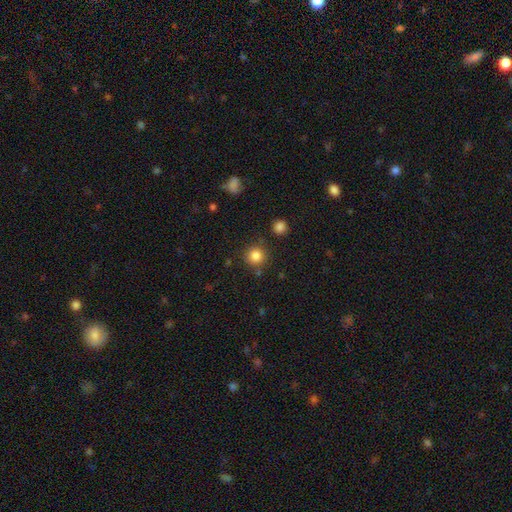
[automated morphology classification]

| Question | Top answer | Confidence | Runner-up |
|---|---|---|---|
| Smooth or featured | smooth | 84% | star or artifact (11%) |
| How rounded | round | 93% | in between (6%) |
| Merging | none | 84% | minor disturbance (8%) |